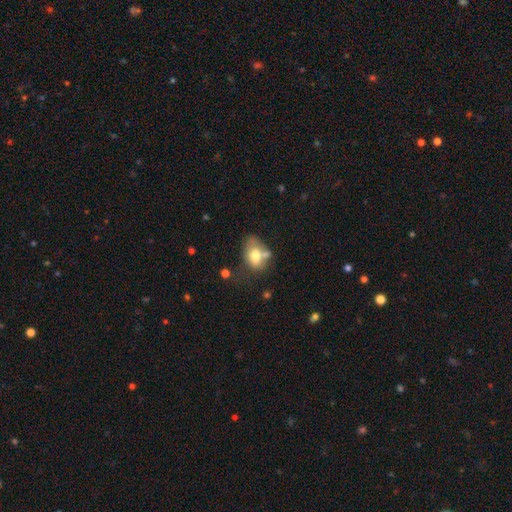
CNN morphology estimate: Smooth or featured?
  - smooth: 70% *
  - featured or disk: 21%
  - star or artifact: 9%
How rounded?
  - in between: 76% *
  - round: 22%
  - cigar-shaped: 1%
Merging?
  - none: 37% *
  - merger: 27%
  - minor disturbance: 23%
  - major disturbance: 12%